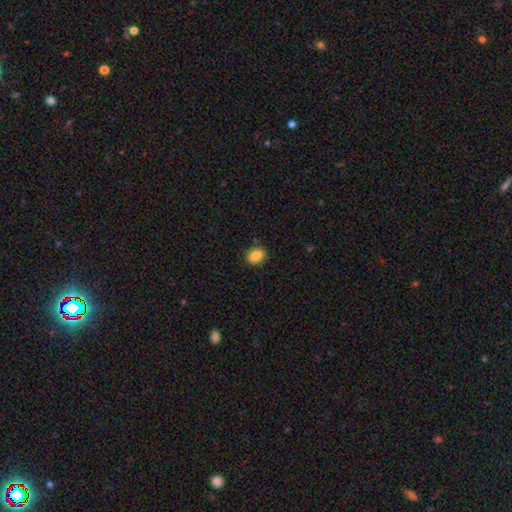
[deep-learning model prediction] This is clearly a smooth galaxy (88%). How rounded: likely in between (64%). Merging: clearly none (86%).